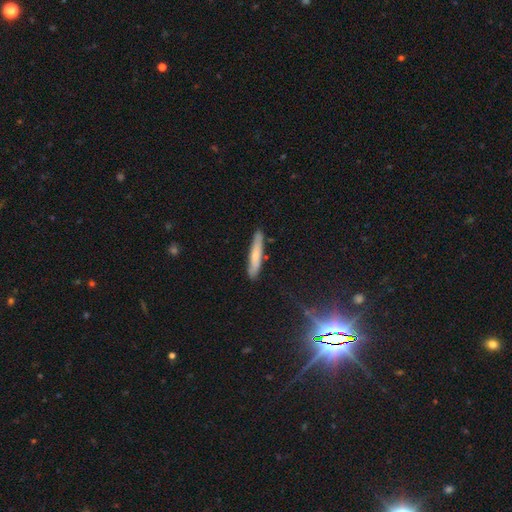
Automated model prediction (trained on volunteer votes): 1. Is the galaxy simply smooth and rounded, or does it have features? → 67% smooth, 26% featured or disk, 7% star or artifact.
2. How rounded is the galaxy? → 92% cigar-shaped, 7% in between, 1% round.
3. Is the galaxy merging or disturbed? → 85% none, 11% minor disturbance, 2% merger, 2% major disturbance.